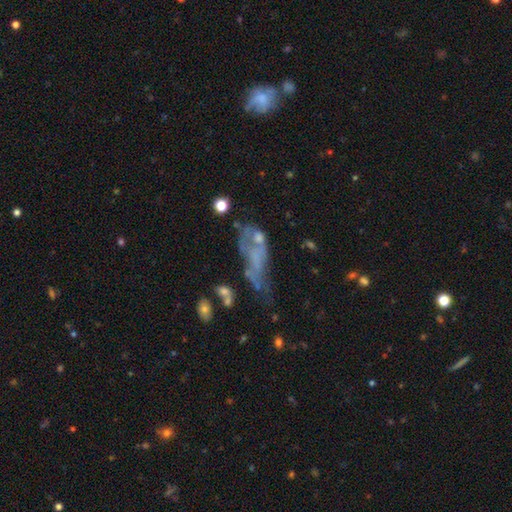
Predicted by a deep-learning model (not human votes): smooth_or_featured: featured or disk (p=0.48) [alt: smooth p=0.32]
merging: major disturbance (p=0.39) [alt: none p=0.25]